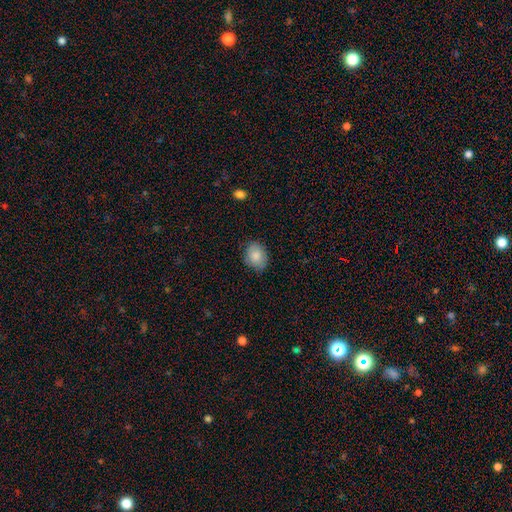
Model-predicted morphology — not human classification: This is clearly a smooth galaxy (85%). How rounded: possibly in between (57%). Merging: likely none (80%).